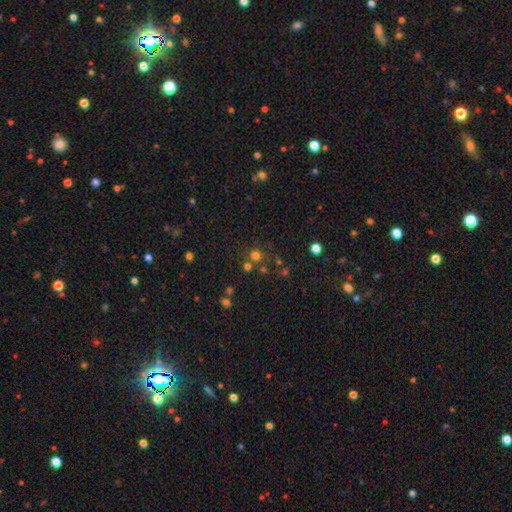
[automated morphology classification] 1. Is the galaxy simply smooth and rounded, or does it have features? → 67% smooth, 26% star or artifact, 8% featured or disk.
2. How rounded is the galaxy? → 91% round, 8% in between, 1% cigar-shaped.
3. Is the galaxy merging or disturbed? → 71% none, 18% merger, 8% minor disturbance, 4% major disturbance.